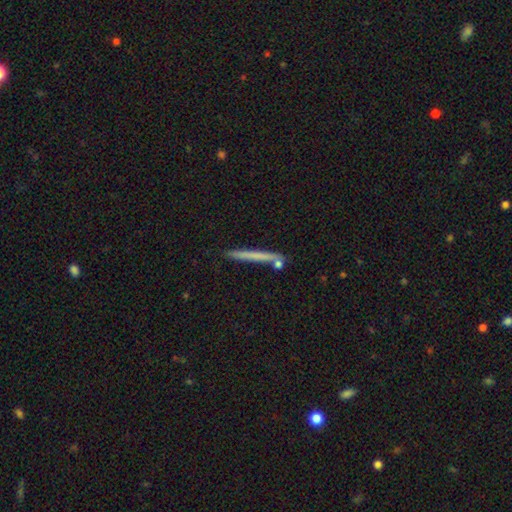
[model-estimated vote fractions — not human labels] A smooth galaxy with no disk features (60%) that is cigar-shaped (96%). Merging: none (83%).